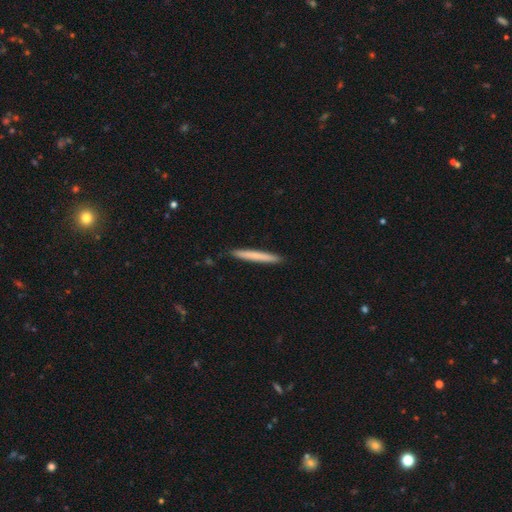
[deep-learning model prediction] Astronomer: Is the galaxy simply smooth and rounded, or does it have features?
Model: smooth — 71%.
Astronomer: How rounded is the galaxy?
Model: cigar-shaped — 97%.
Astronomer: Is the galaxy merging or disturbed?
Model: none — 91%.